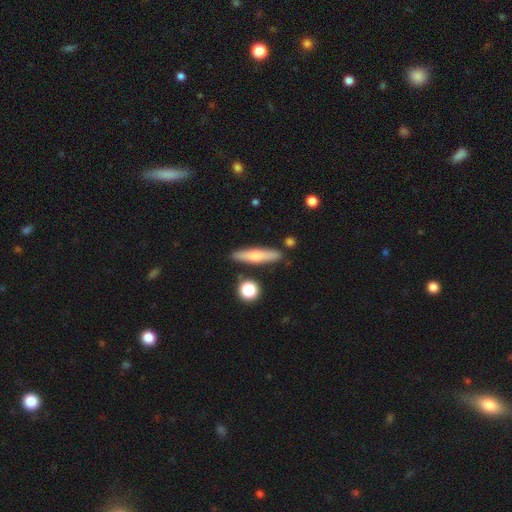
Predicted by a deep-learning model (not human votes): Q: Smooth or featured?
A: smooth (54%); runner-up: featured or disk (39%)
Q: How rounded?
A: cigar-shaped (85%); runner-up: in between (12%)
Q: Merging?
A: none (86%); runner-up: minor disturbance (9%)